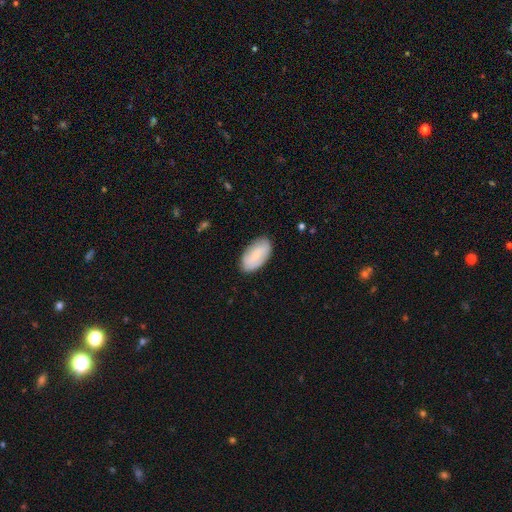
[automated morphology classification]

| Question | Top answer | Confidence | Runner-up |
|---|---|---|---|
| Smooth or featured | smooth | 72% | featured or disk (22%) |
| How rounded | in between | 95% | cigar-shaped (3%) |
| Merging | none | 84% | minor disturbance (13%) |